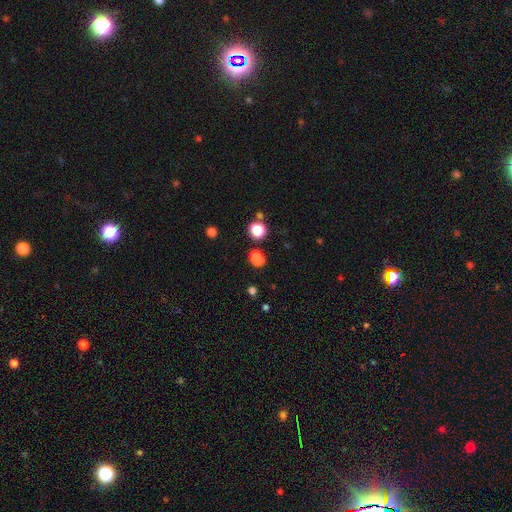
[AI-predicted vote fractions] The model was most divided on "how rounded": in between: 57%, round: 42%, cigar-shaped: 2%. More confident: smooth or featured — smooth (76%); merging — none (62%).